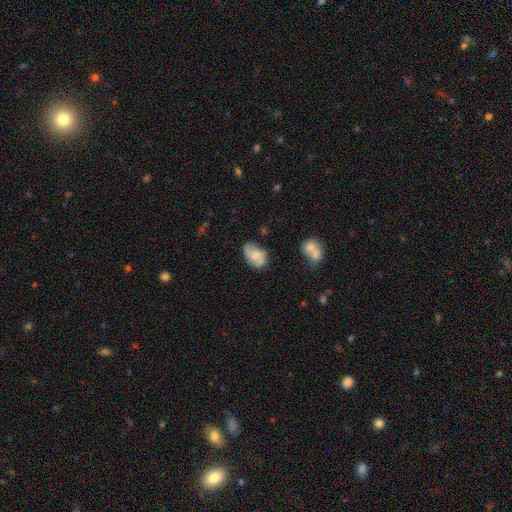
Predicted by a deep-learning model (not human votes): smooth-or-featured: featured or disk: 48% | smooth: 44% | star or artifact: 8%
  merging: none: 61% | minor disturbance: 27% | major disturbance: 8% | merger: 4%